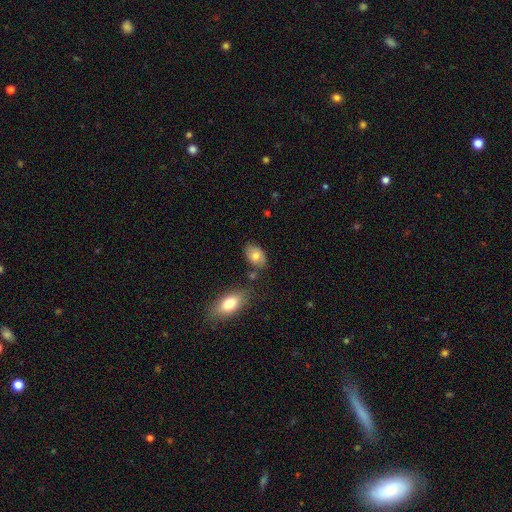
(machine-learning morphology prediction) Smooth or featured?
  - smooth: 75% *
  - featured or disk: 17%
  - star or artifact: 8%
How rounded?
  - in between: 88% *
  - round: 10%
  - cigar-shaped: 2%
Merging?
  - none: 71% *
  - minor disturbance: 17%
  - merger: 8%
  - major disturbance: 4%